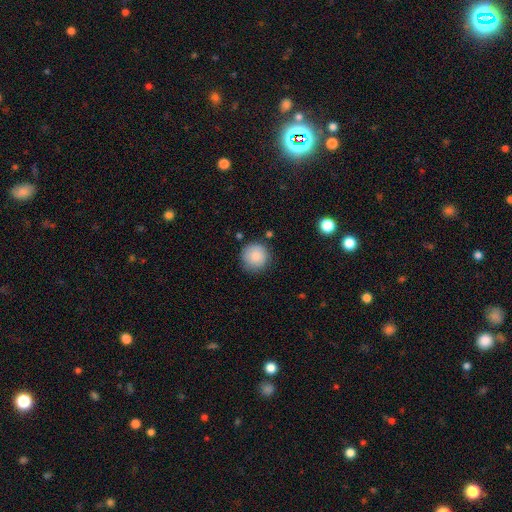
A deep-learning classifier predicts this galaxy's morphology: A smooth galaxy with no disk features (87%) that is round (95%). Merging: none (83%).